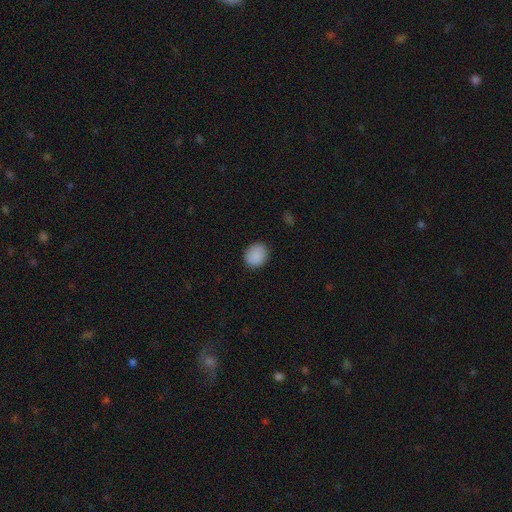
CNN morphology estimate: Smooth or featured? smooth (89%)
How rounded? round (72%)
Merging? none (88%)